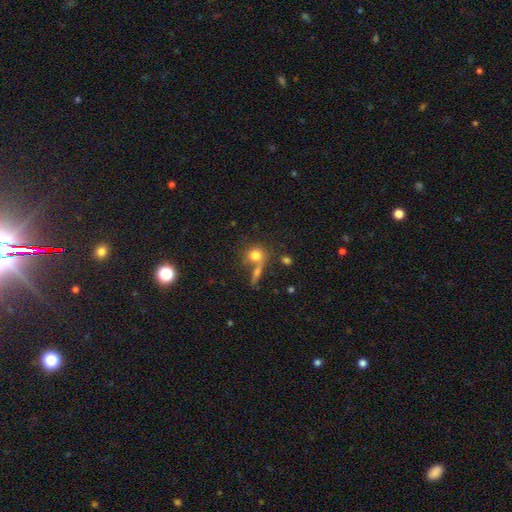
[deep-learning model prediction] A smooth galaxy with no disk features (75%) that is round (78%). Merging: none (48%).